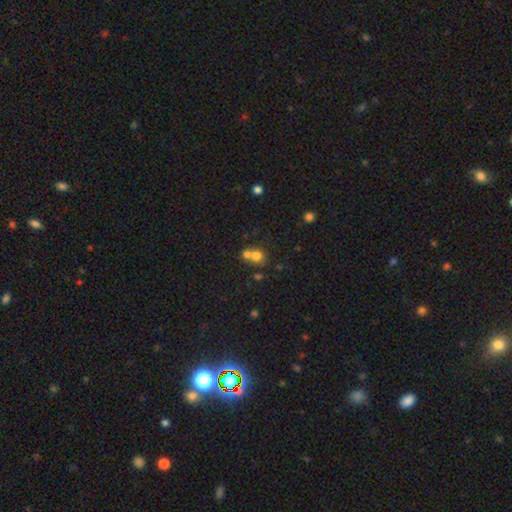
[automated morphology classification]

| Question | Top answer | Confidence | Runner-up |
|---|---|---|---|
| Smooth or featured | smooth | 72% | featured or disk (14%) |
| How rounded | round | 76% | in between (23%) |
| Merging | merger | 59% | none (32%) |